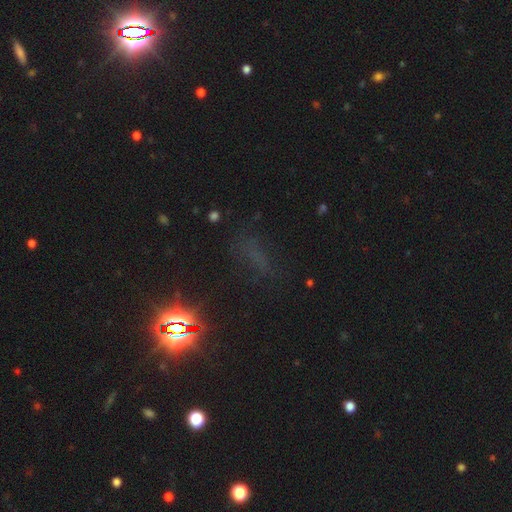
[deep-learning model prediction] smooth_or_featured: star or artifact (p=0.57) [alt: smooth p=0.28]